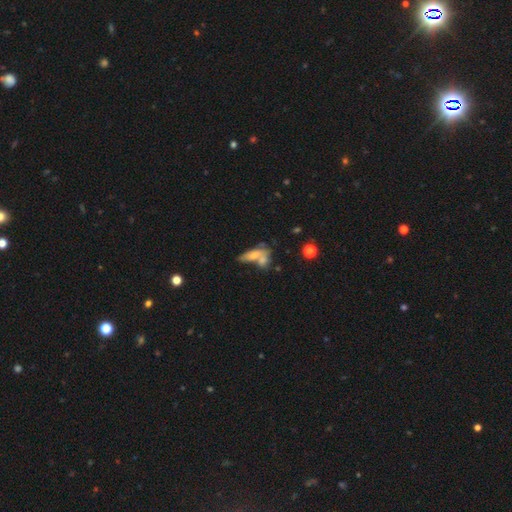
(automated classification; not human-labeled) Morphology: type=smooth (60%); roundness=in between (66%); merging=merger (52%).